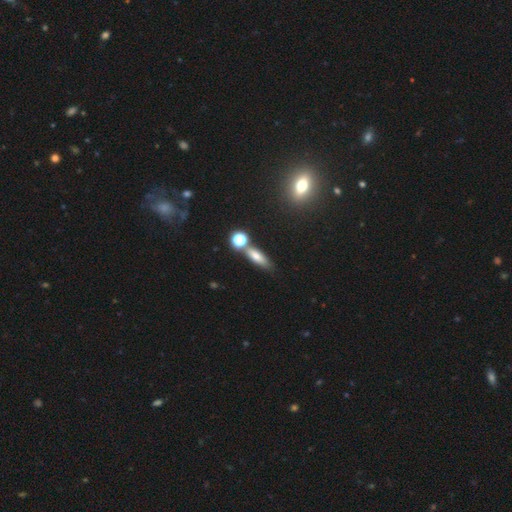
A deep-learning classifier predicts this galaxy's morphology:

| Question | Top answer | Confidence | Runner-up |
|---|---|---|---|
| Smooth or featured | smooth | 65% | featured or disk (18%) |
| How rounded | in between | 48% | cigar-shaped (41%) |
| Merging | none | 66% | merger (16%) |